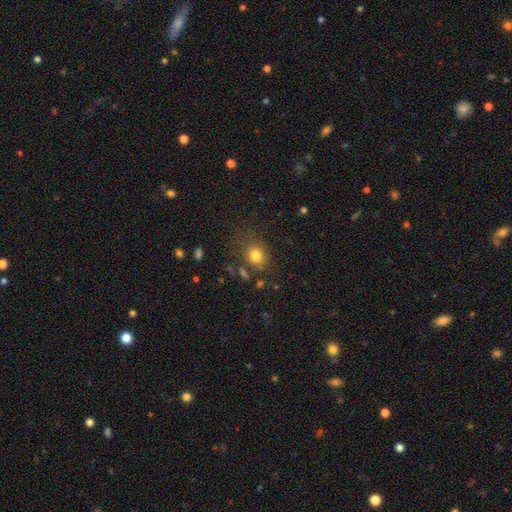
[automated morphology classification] Smooth or featured?
  - smooth: 79% *
  - star or artifact: 13%
  - featured or disk: 8%
How rounded?
  - round: 64% *
  - in between: 35%
  - cigar-shaped: 1%
Merging?
  - none: 72% *
  - minor disturbance: 15%
  - major disturbance: 7%
  - merger: 5%